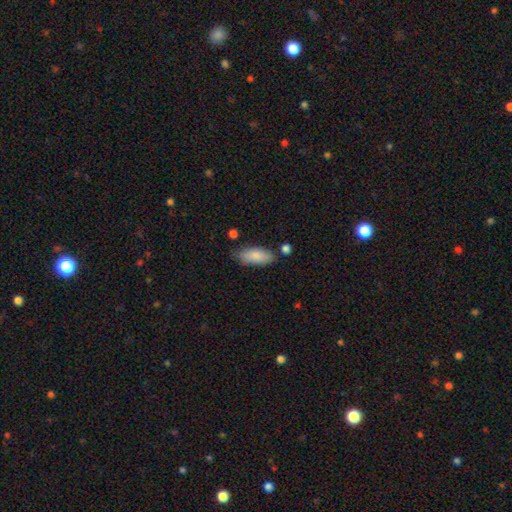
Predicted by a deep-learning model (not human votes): Smooth or featured: smooth — 86% (featured or disk — 8%)
How rounded: in between — 84% (cigar-shaped — 14%)
Merging: none — 69% (minor disturbance — 21%)